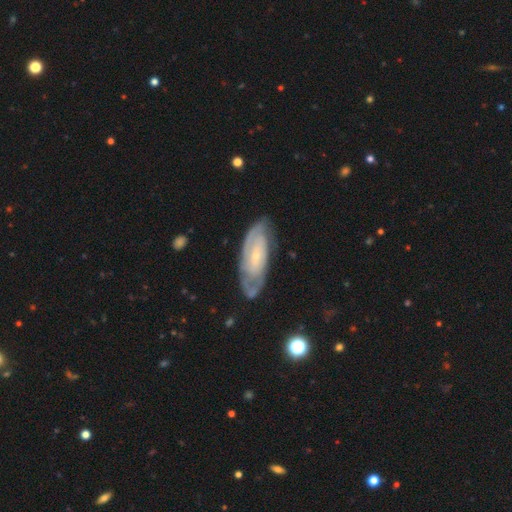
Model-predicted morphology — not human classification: Smooth or featured: featured or disk — 77% (smooth — 17%)
Edge-on disk: no — 90% (yes — 10%)
Bar: no — 66% (weak — 26%)
Spiral arms: yes — 87% (no — 13%)
Spiral winding: tight — 66% (medium — 26%)
Spiral arm count: 2 — 42% (can't tell — 41%)
Bulge size: small — 79% (moderate — 16%)
Merging: none — 73% (minor disturbance — 19%)